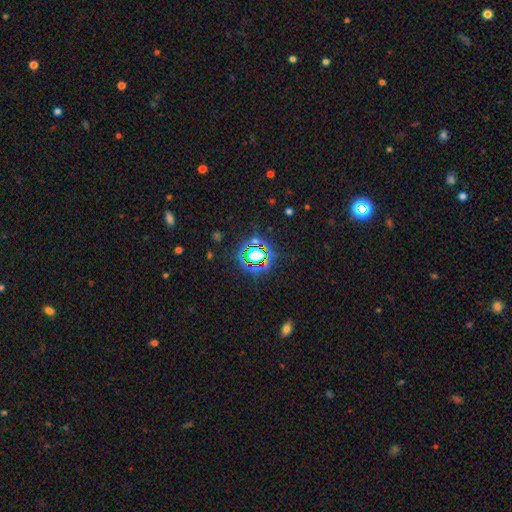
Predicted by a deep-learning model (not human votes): A star or artifact, not a galaxy (70%).